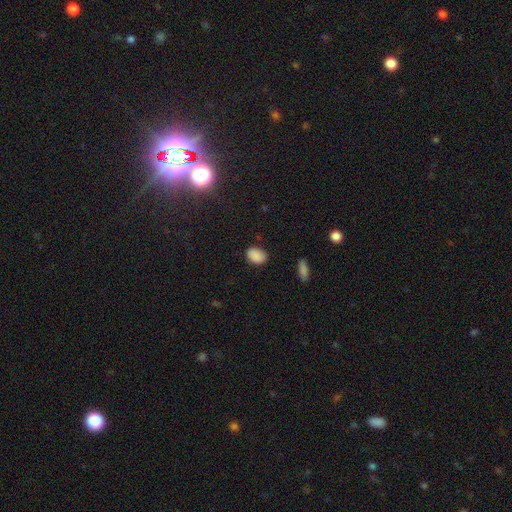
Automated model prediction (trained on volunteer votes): Smooth or featured?
  - smooth: 87% *
  - star or artifact: 9%
  - featured or disk: 4%
How rounded?
  - in between: 83% *
  - round: 16%
  - cigar-shaped: 1%
Merging?
  - none: 80% *
  - minor disturbance: 15%
  - major disturbance: 3%
  - merger: 2%